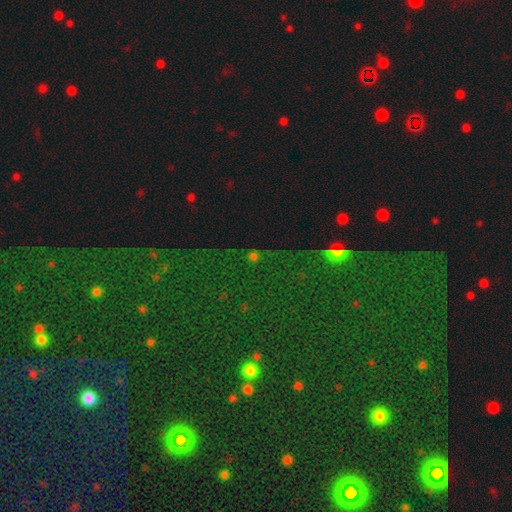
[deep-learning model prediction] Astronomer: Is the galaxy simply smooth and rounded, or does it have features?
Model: star or artifact — 77%.